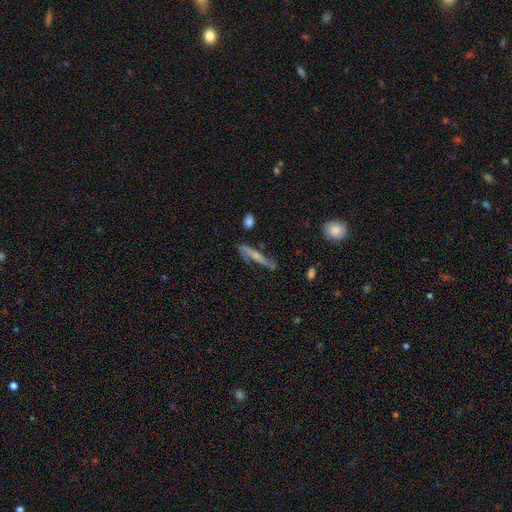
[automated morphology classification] Overall: featured or disk (59%; smooth 32%). Edge-on disk: yes (51%; no 49%). Merging: none (59%; minor disturbance 24%).